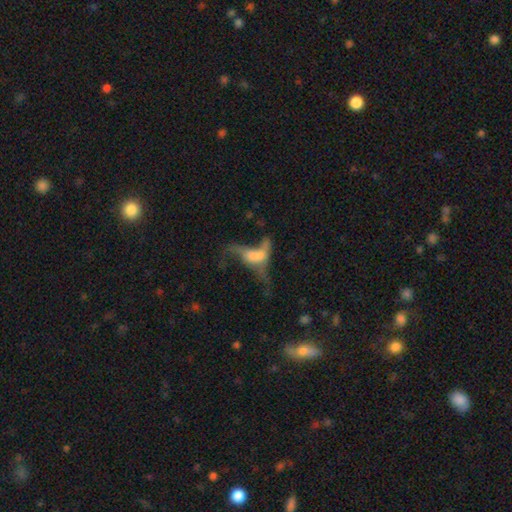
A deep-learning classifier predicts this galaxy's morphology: Smooth or featured? featured or disk (52%)
Edge-on disk? no (87%)
Merging? major disturbance (44%)